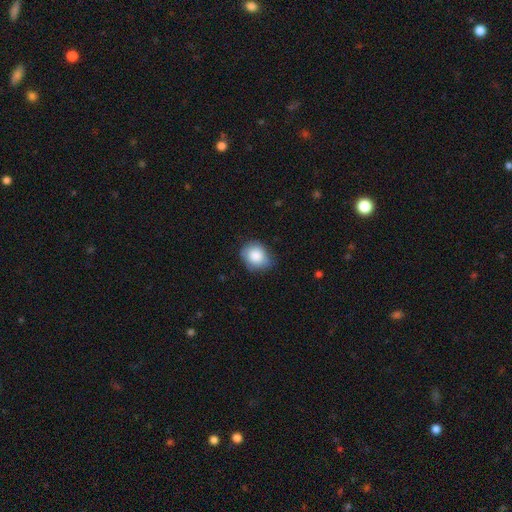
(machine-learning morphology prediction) This is clearly a smooth galaxy (86%). How rounded: possibly round (57%). Merging: likely none (70%).